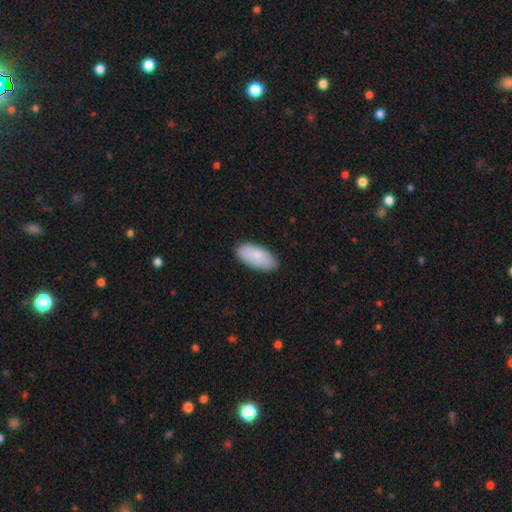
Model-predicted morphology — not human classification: The model was most divided on "merging": none: 84%, minor disturbance: 13%, major disturbance: 2%, merger: 1%. More confident: how rounded — in between (93%); smooth or featured — smooth (87%).